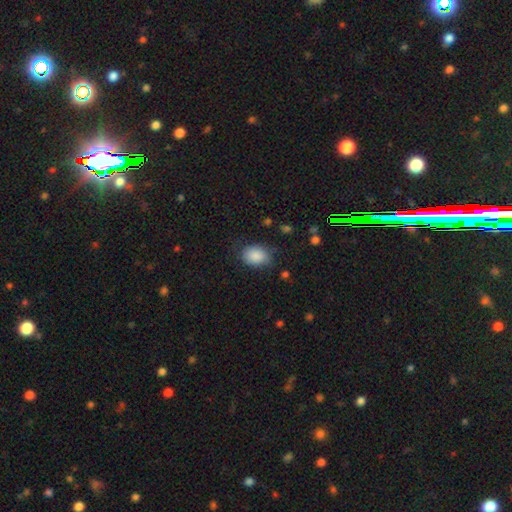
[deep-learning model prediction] Smooth or featured?
  - smooth: 88% *
  - star or artifact: 7%
  - featured or disk: 5%
How rounded?
  - in between: 72% *
  - round: 27%
  - cigar-shaped: 1%
Merging?
  - none: 72% *
  - minor disturbance: 21%
  - major disturbance: 6%
  - merger: 2%